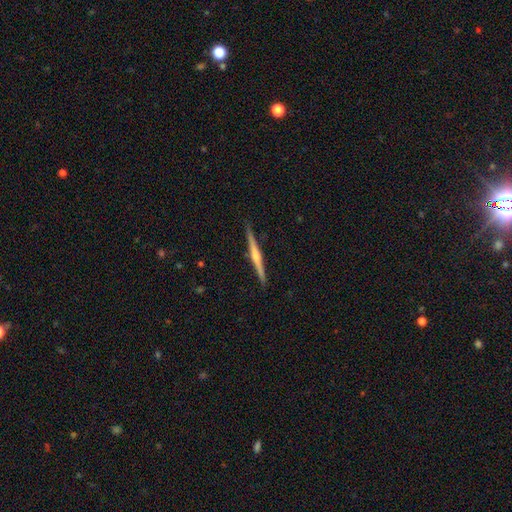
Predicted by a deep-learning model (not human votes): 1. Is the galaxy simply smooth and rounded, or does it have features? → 74% featured or disk, 21% smooth, 5% star or artifact.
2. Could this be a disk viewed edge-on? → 98% yes, 2% no.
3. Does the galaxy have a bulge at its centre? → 74% rounded, 16% none, 11% boxy.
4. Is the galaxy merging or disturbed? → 90% none, 7% minor disturbance, 1% major disturbance, 1% merger.